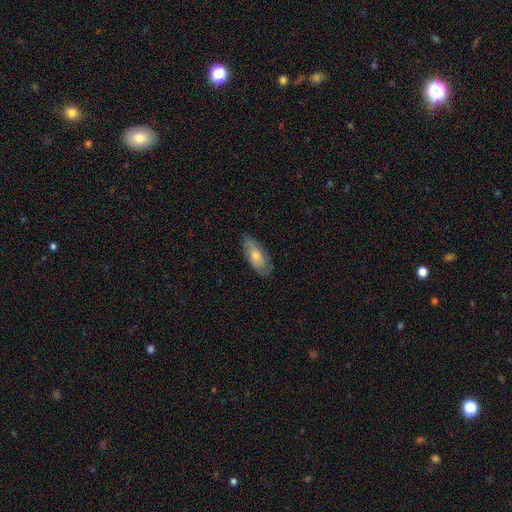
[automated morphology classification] Smooth or featured? smooth (59%)
How rounded? in between (76%)
Merging? none (77%)